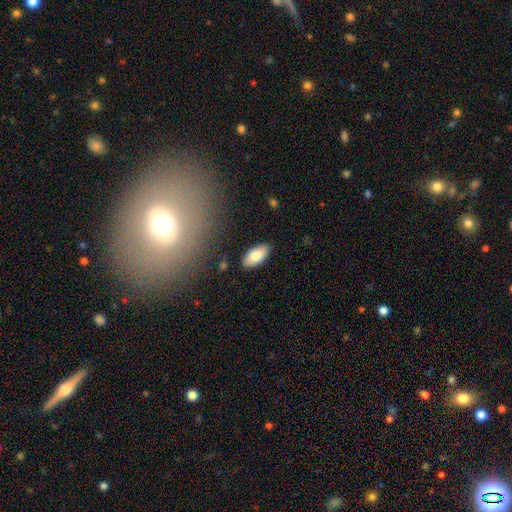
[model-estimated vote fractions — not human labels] Smooth or featured?
  - smooth: 81% *
  - featured or disk: 13%
  - star or artifact: 6%
How rounded?
  - in between: 92% *
  - cigar-shaped: 6%
  - round: 2%
Merging?
  - none: 87% *
  - minor disturbance: 9%
  - major disturbance: 2%
  - merger: 2%